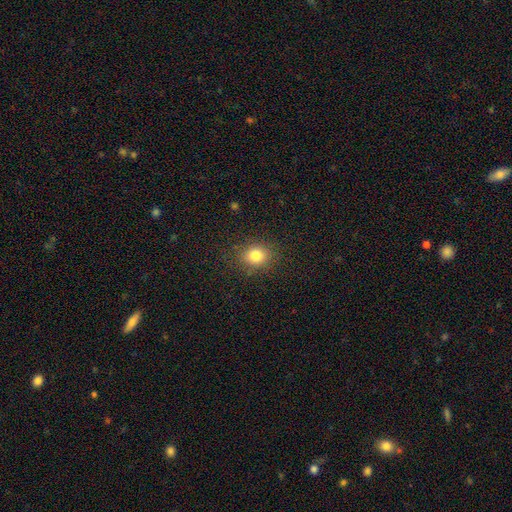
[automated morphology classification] Smooth or featured? Predicted: smooth (p=0.81). How rounded? Predicted: round (p=0.67). Merging? Predicted: none (p=0.86).